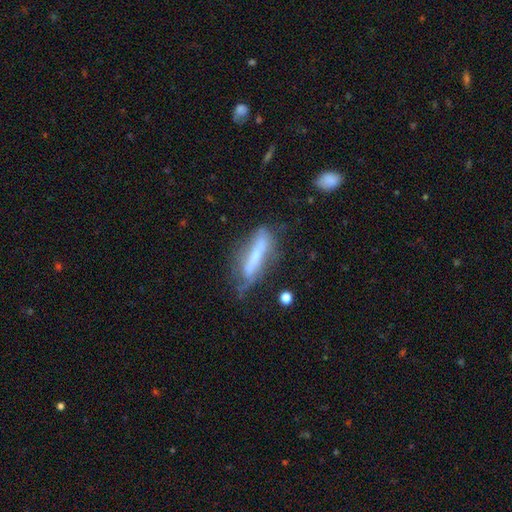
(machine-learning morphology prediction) smooth-or-featured: featured or disk: 48% | smooth: 44% | star or artifact: 9%
  merging: none: 50% | minor disturbance: 30% | major disturbance: 16% | merger: 4%